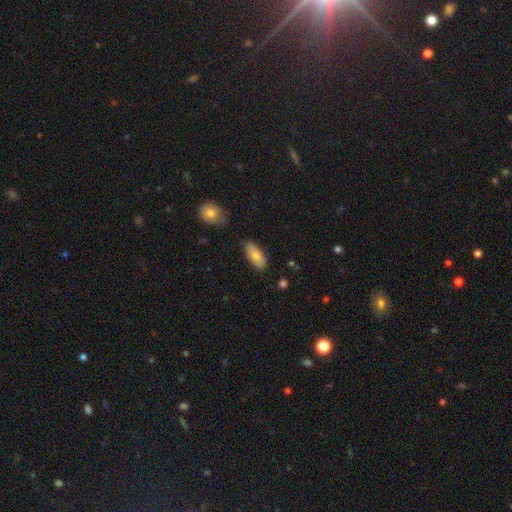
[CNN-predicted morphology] Smooth or featured? smooth (79%)
How rounded? in between (85%)
Merging? none (78%)